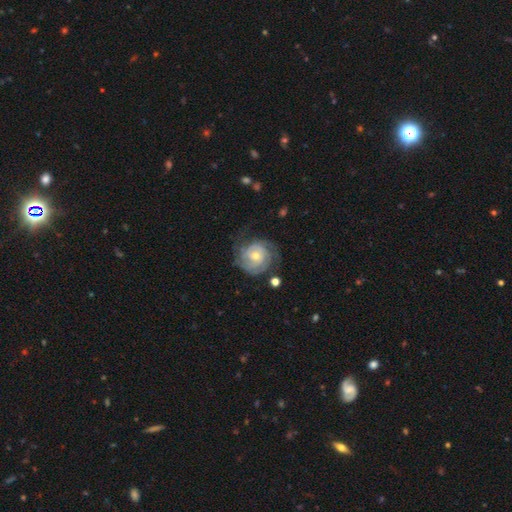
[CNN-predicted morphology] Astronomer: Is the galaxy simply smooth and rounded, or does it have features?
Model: featured or disk — 82%.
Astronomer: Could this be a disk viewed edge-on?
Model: no — 98%.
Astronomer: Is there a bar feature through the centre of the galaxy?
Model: no — 66%.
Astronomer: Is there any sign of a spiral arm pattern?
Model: yes — 95%.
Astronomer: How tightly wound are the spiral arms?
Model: tight — 70%.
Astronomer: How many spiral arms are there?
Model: can't tell — 30% (runner-up: 2, 27%).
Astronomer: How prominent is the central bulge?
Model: moderate — 48%, tied with small at 48%.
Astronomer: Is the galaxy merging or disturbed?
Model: none — 67%.